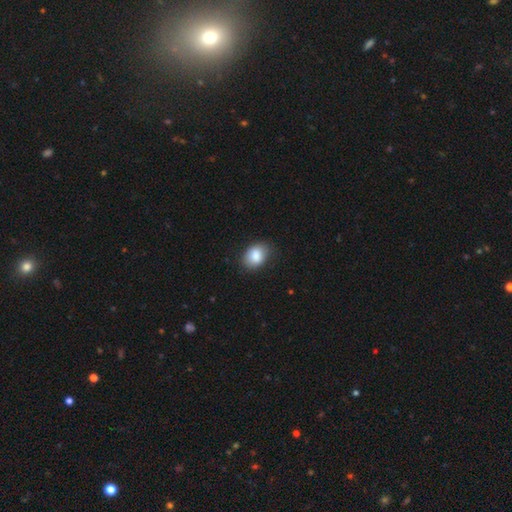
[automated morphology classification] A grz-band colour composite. It shows a smooth galaxy with no disk features (87%) that is in between round and cigar-shaped (71%). Merging: none (78%).